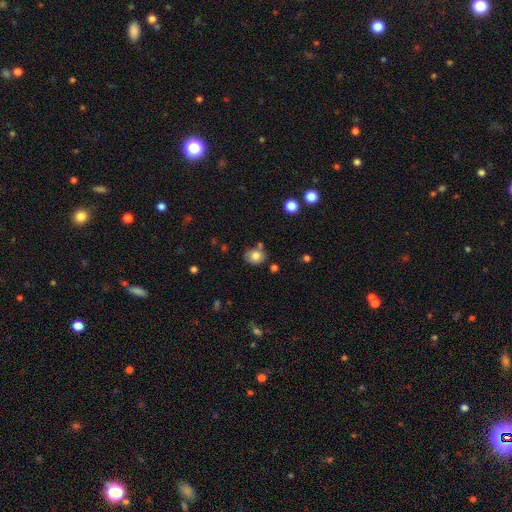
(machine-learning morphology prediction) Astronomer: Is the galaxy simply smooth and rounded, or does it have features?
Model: smooth — 80%.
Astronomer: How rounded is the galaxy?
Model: round — 61% (runner-up: in between, 38%).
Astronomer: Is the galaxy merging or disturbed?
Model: none — 69%.